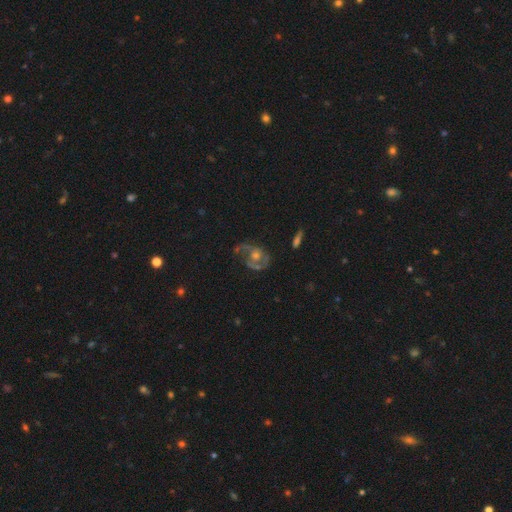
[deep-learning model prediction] smooth_or_featured: featured or disk (p=0.77) [alt: smooth p=0.13]
disk_edge_on: no (p=0.97) [alt: yes p=0.03]
bar: no (p=0.72) [alt: weak p=0.23]
has_spiral_arms: yes (p=0.86) [alt: no p=0.14]
spiral_winding: medium (p=0.48) [alt: loose p=0.29]
spiral_arm_count: 2 (p=0.68) [alt: 1 p=0.14]
bulge_size: moderate (p=0.61) [alt: small p=0.26]
merging: none (p=0.58) [alt: minor disturbance p=0.20]